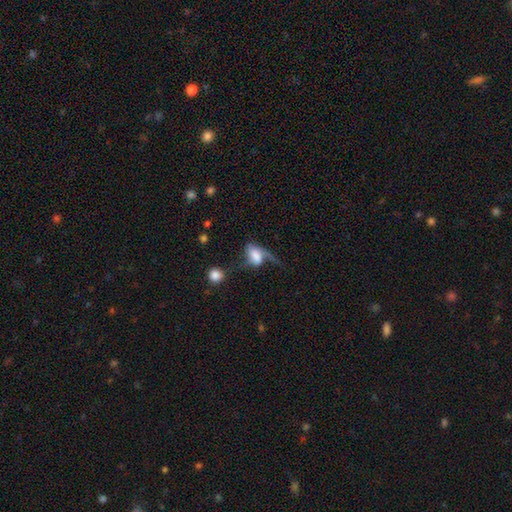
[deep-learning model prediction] Smooth or featured?
  - smooth: 58% *
  - featured or disk: 32%
  - star or artifact: 10%
How rounded?
  - in between: 83% *
  - round: 13%
  - cigar-shaped: 4%
Merging?
  - major disturbance: 46% *
  - none: 22%
  - minor disturbance: 20%
  - merger: 12%